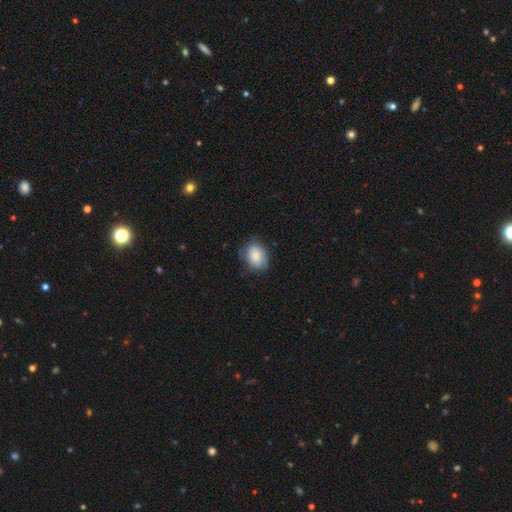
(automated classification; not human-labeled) Morphology: type=smooth (79%); roundness=in between (61%); merging=none (66%).